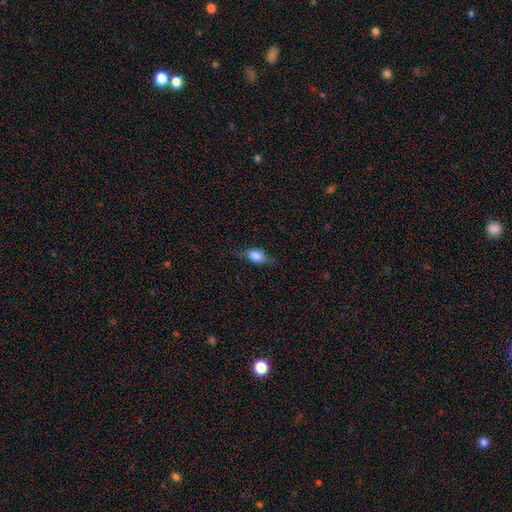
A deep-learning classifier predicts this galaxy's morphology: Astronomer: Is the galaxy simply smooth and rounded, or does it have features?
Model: smooth — 66%.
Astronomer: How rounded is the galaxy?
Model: in between — 76%.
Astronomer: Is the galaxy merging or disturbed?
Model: none — 67%.